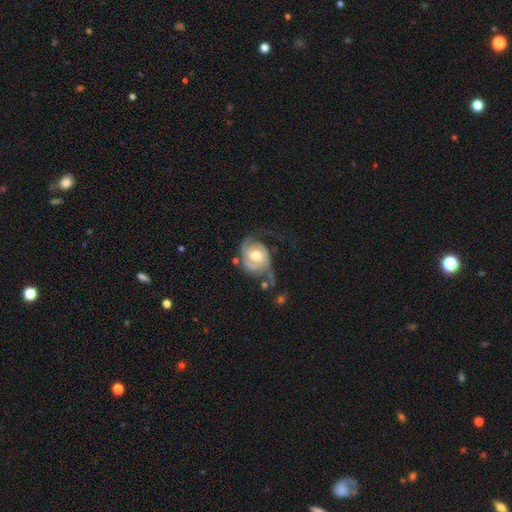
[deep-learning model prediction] This appears to be a featured or disk galaxy (85%) with no bar (58%), 2 (62%) tight (55%) spiral arms (96%) and a moderate central bulge (71%). Merging: none (47%).